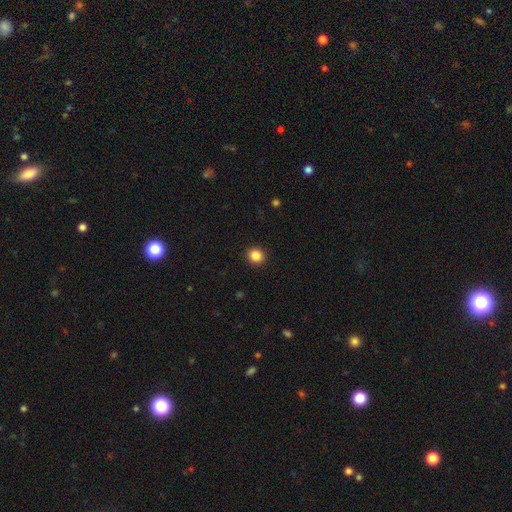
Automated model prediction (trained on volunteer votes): Smooth or featured? Predicted: smooth (p=0.86). How rounded? Predicted: round (p=0.91). Merging? Predicted: none (p=0.93).